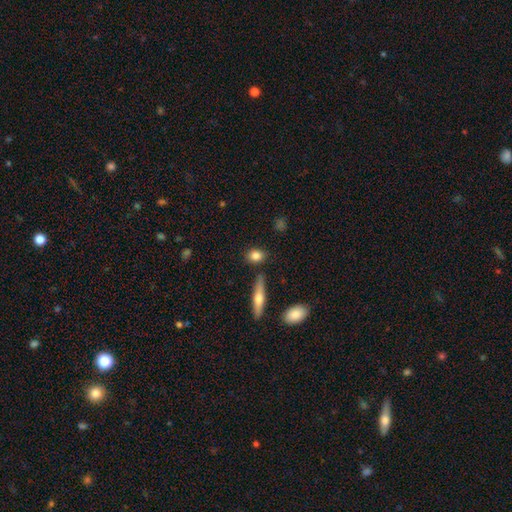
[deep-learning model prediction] Q: Smooth or featured?
A: smooth (82%); runner-up: featured or disk (11%)
Q: How rounded?
A: in between (50%); runner-up: round (43%)
Q: Merging?
A: none (82%); runner-up: minor disturbance (11%)